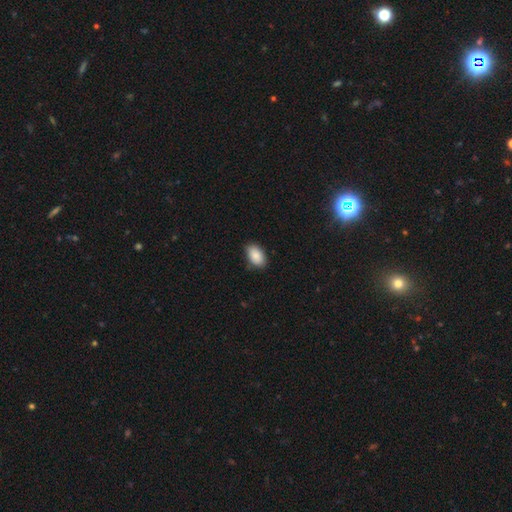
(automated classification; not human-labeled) smooth-or-featured: smooth: 88% | star or artifact: 7% | featured or disk: 5%
  how-rounded: in between: 92% | round: 7% | cigar-shaped: 1%
  merging: none: 82% | minor disturbance: 15% | major disturbance: 2% | merger: 1%